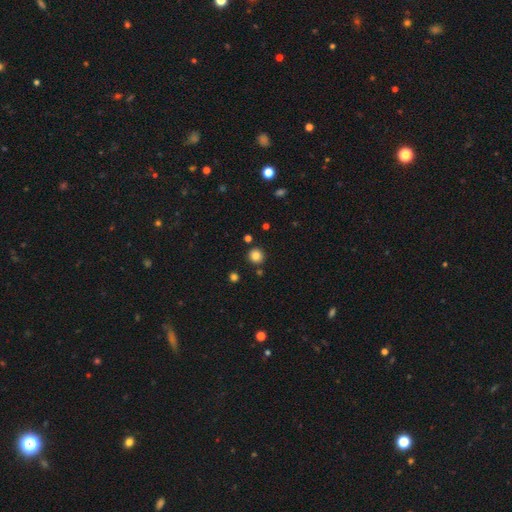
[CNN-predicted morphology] Smooth or featured?
  - smooth: 83% *
  - star or artifact: 12%
  - featured or disk: 5%
How rounded?
  - round: 93% *
  - in between: 6%
  - cigar-shaped: 1%
Merging?
  - none: 88% *
  - minor disturbance: 6%
  - merger: 4%
  - major disturbance: 2%